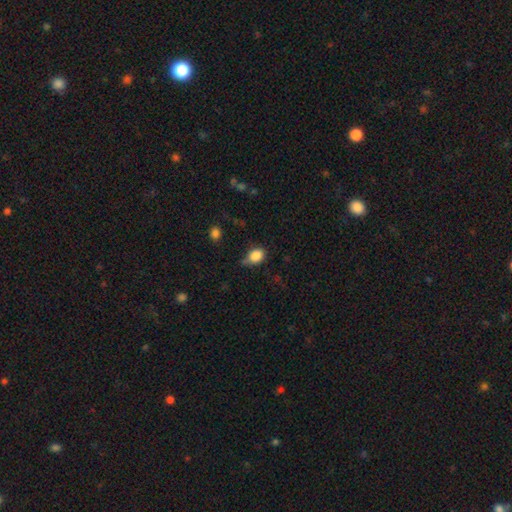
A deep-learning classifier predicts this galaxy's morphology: Smooth or featured?
  - smooth: 86% *
  - star or artifact: 9%
  - featured or disk: 5%
How rounded?
  - in between: 65% *
  - round: 33%
  - cigar-shaped: 1%
Merging?
  - none: 60% *
  - minor disturbance: 30%
  - major disturbance: 6%
  - merger: 4%